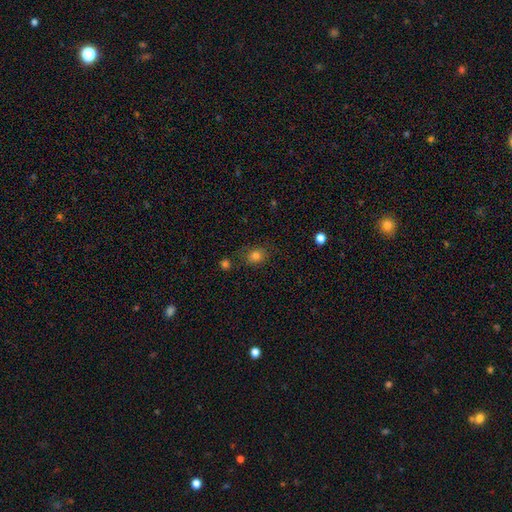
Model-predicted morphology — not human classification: The model was most divided on "how rounded": round: 56%, in between: 43%, cigar-shaped: 1%. More confident: smooth or featured — smooth (80%); merging — none (77%).